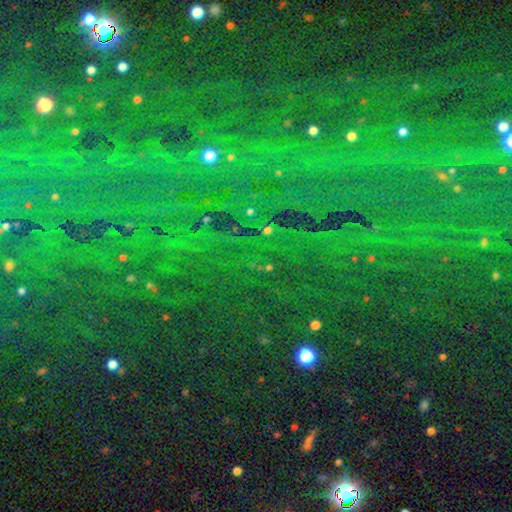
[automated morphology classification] This appears to be a star or artifact, not a galaxy (85%).